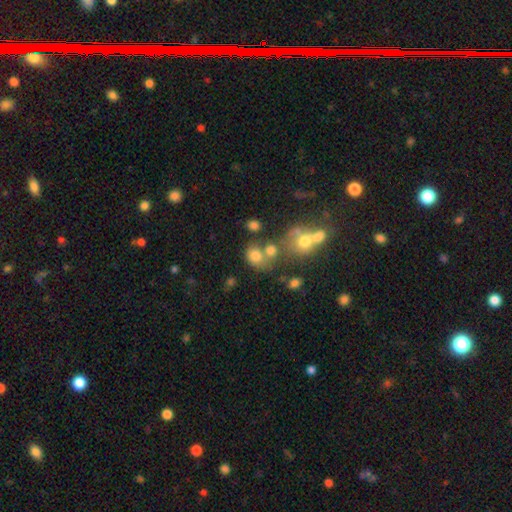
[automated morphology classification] A smooth galaxy with no disk features (71%) that is round (61%).

Vote fractions:
- Smooth or featured? smooth: 71% / star or artifact: 15% / featured or disk: 13%
- How rounded? round: 61% / in between: 38% / cigar-shaped: 1%
- Merging? merger: 40% (tied) / none: 40% (tied) / minor disturbance: 11% / major disturbance: 8%